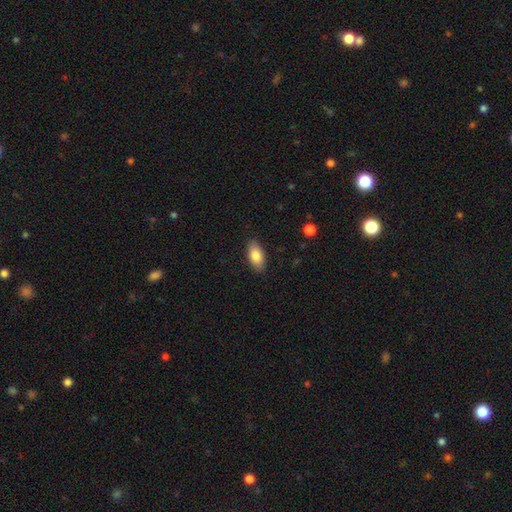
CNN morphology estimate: A smooth galaxy with no disk features (83%) that is in between round and cigar-shaped (91%). Merging: none (87%).